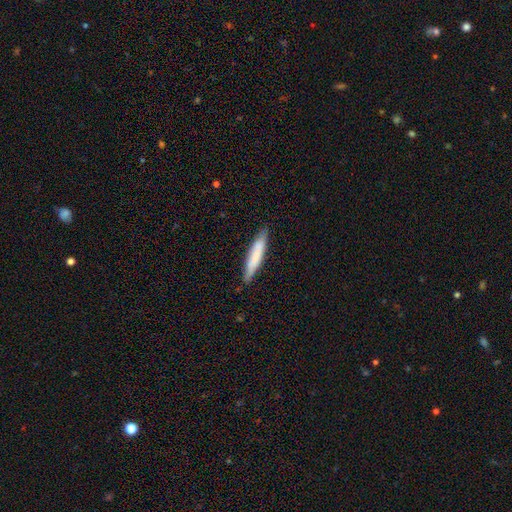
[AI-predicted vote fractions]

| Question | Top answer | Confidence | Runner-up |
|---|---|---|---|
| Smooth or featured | smooth | 70% | featured or disk (25%) |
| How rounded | cigar-shaped | 90% | in between (9%) |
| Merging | none | 85% | minor disturbance (12%) |